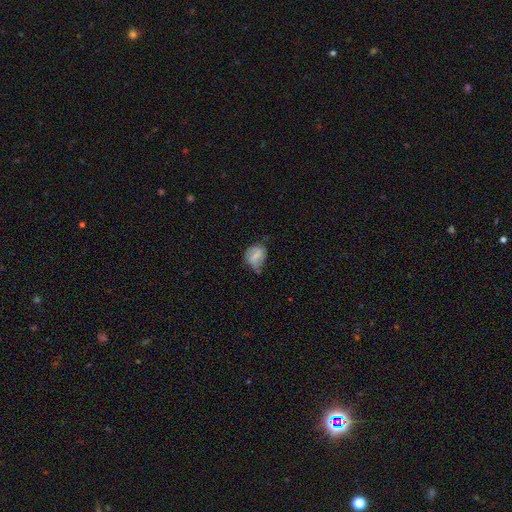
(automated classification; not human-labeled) This appears to be a smooth galaxy with no disk features (57%) that is in between round and cigar-shaped (50%). Merging: none (45%).